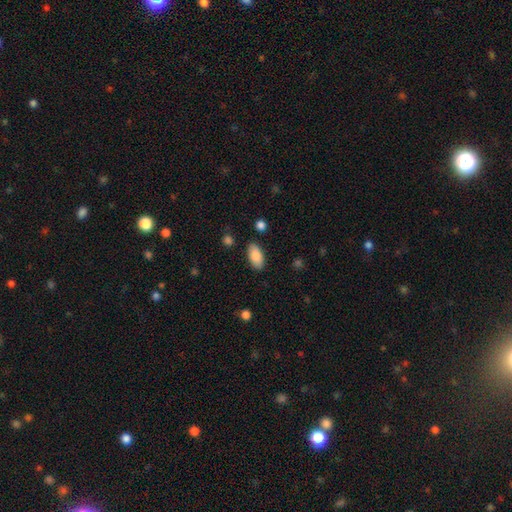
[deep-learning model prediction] This is clearly a smooth galaxy (87%). How rounded: clearly in between (93%). Merging: clearly none (87%).